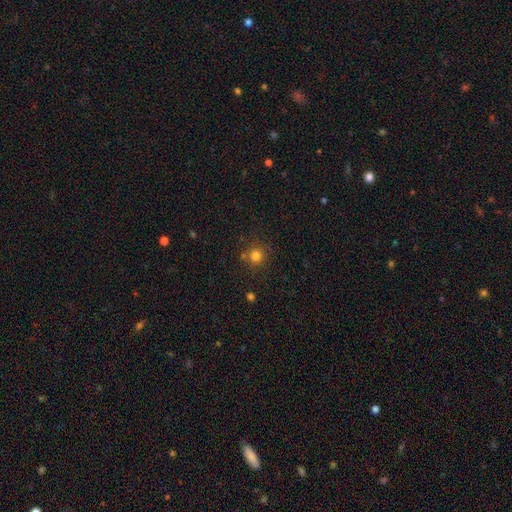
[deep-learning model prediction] Smooth or featured? smooth (79%)
How rounded? round (93%)
Merging? none (77%)